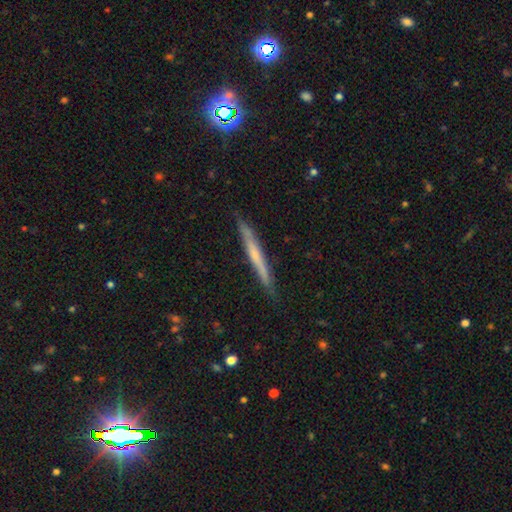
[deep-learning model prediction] This is possibly a featured or disk galaxy (50%). Merging: clearly none (87%).